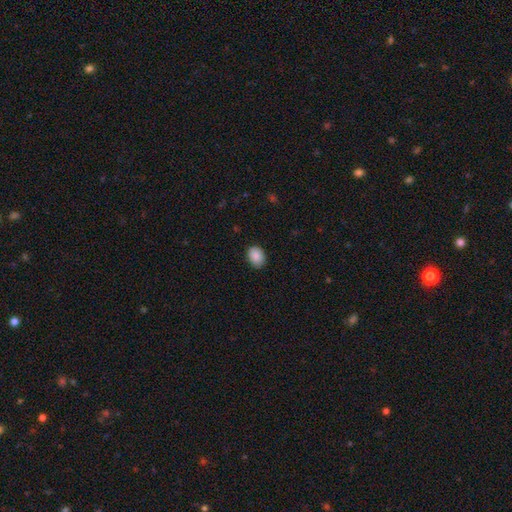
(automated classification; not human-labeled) smooth_or_featured: smooth (p=0.89) [alt: star or artifact p=0.08]
how_rounded: in between (p=0.69) [alt: round p=0.31]
merging: none (p=0.86) [alt: minor disturbance p=0.11]